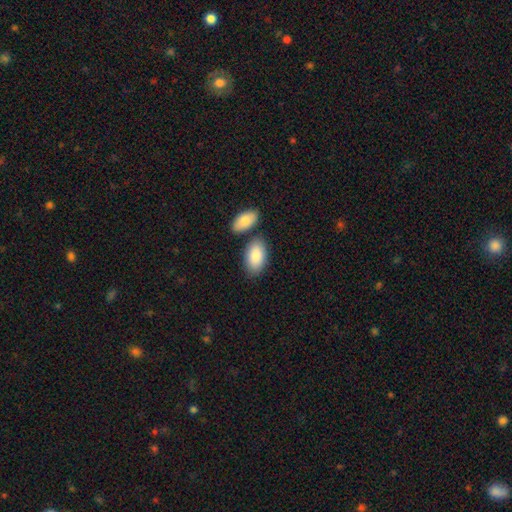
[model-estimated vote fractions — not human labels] Morphology: type=smooth (87%); roundness=in between (95%); merging=none (69%).